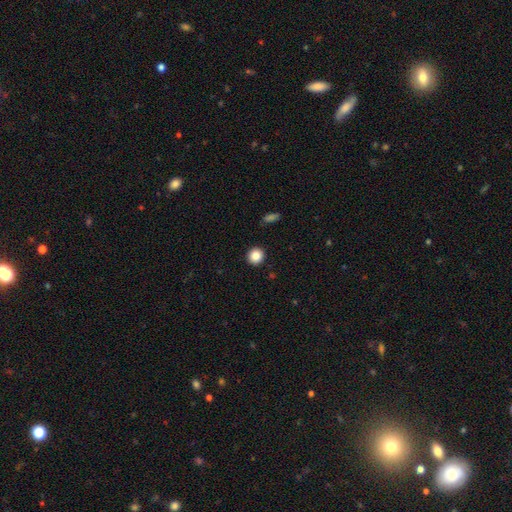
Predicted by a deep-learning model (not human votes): Q: Smooth or featured?
A: smooth (86%); runner-up: star or artifact (10%)
Q: How rounded?
A: round (93%); runner-up: in between (6%)
Q: Merging?
A: none (92%); runner-up: minor disturbance (5%)